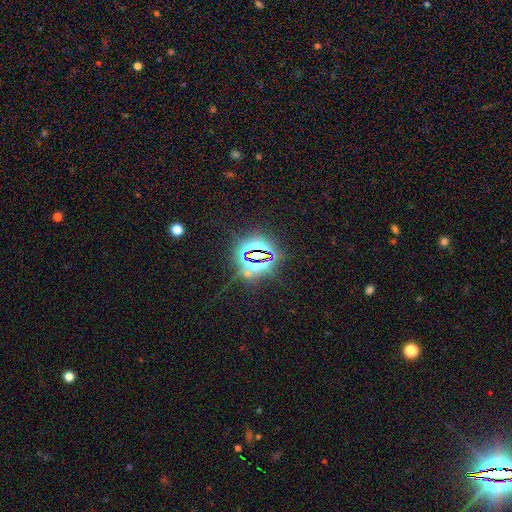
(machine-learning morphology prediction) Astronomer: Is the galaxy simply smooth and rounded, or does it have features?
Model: star or artifact — 81%.